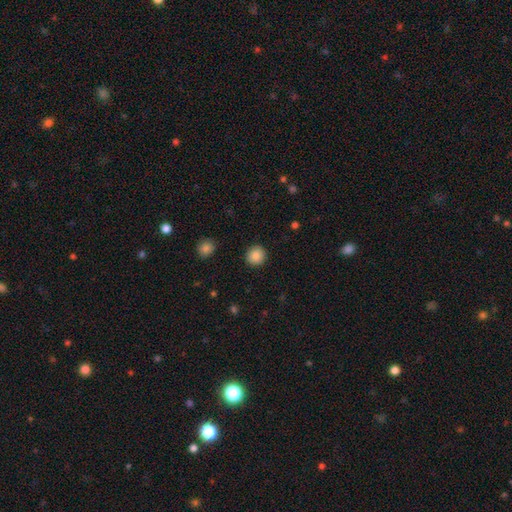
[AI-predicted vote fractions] This is clearly a smooth galaxy (86%). How rounded: clearly round (91%). Merging: clearly none (91%).